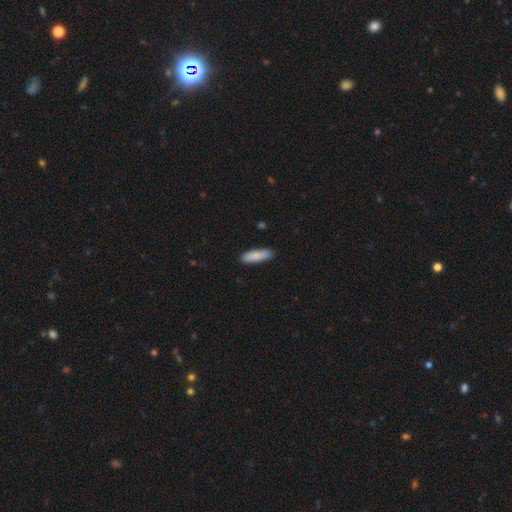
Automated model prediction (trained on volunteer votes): Q: Smooth or featured?
A: smooth (87%); runner-up: featured or disk (8%)
Q: How rounded?
A: cigar-shaped (56%); runner-up: in between (43%)
Q: Merging?
A: none (87%); runner-up: minor disturbance (10%)